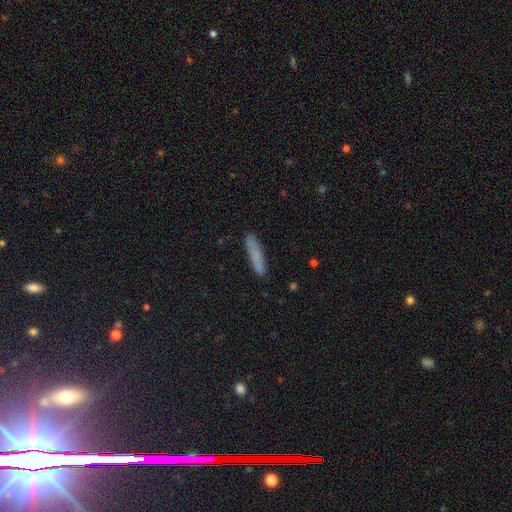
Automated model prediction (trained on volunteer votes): smooth_or_featured: smooth (p=0.77) [alt: featured or disk p=0.15]
how_rounded: cigar-shaped (p=0.89) [alt: in between p=0.09]
merging: none (p=0.85) [alt: minor disturbance p=0.12]